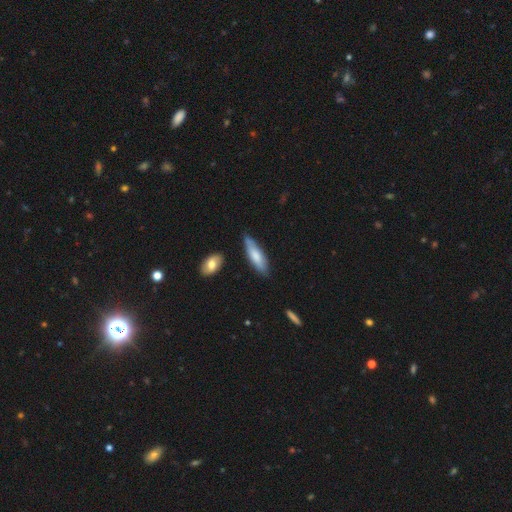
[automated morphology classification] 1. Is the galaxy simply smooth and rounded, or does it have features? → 75% smooth, 20% featured or disk, 6% star or artifact.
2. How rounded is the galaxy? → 53% cigar-shaped, 45% in between, 2% round.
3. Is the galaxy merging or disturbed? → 72% none, 21% minor disturbance, 4% merger, 3% major disturbance.